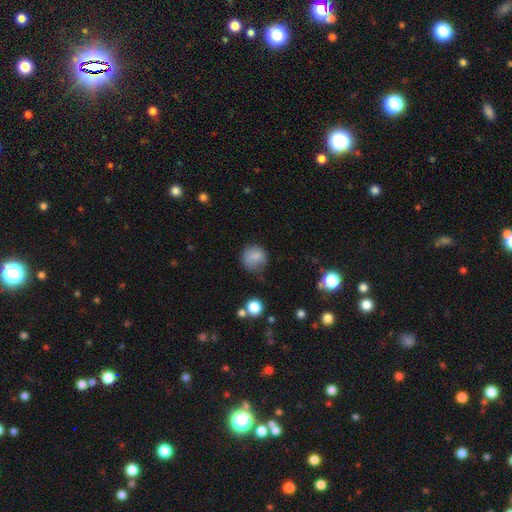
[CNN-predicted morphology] A smooth galaxy with no disk features (82%) that is round (85%).

Vote fractions:
- Smooth or featured? smooth: 82% / star or artifact: 10% / featured or disk: 9%
- How rounded? round: 85% / in between: 14% / cigar-shaped: 1%
- Merging? none: 64% / minor disturbance: 25% / major disturbance: 9% / merger: 2%